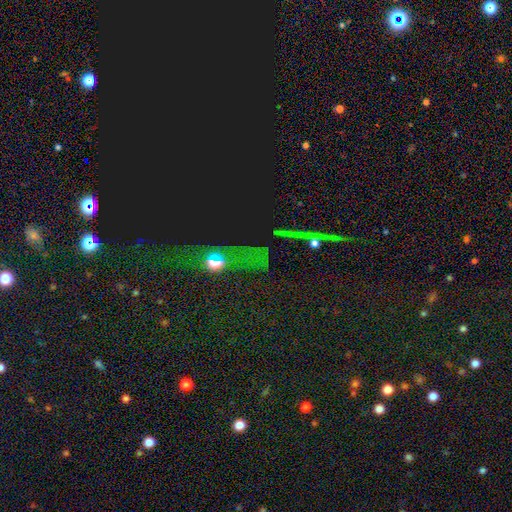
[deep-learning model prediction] smooth-or-featured: star or artifact: 70% | smooth: 20% | featured or disk: 10%